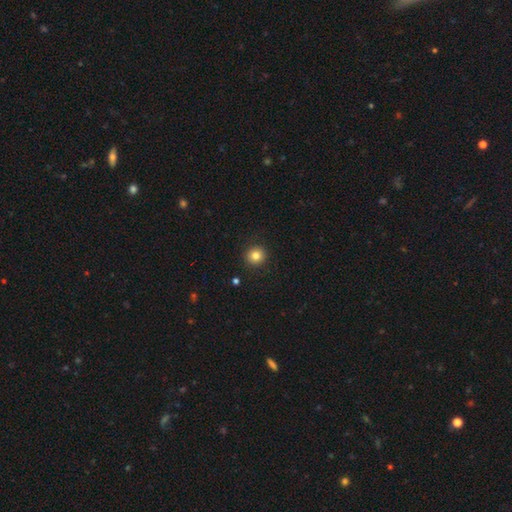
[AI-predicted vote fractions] Q: Smooth or featured?
A: smooth (82%); runner-up: star or artifact (11%)
Q: How rounded?
A: round (93%); runner-up: in between (6%)
Q: Merging?
A: none (92%); runner-up: minor disturbance (5%)